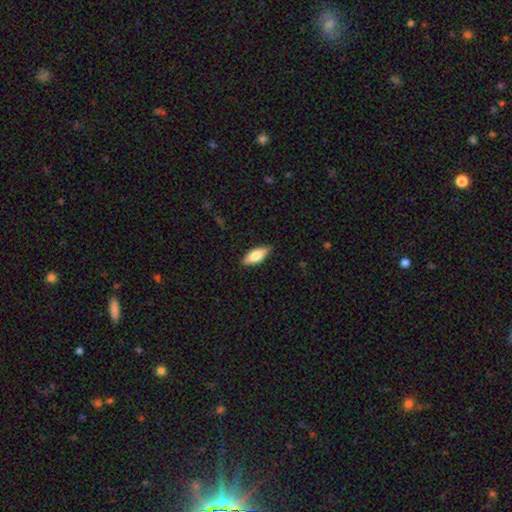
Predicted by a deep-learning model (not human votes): smooth 69%, featured or disk 25%, star or artifact 6%. Down the decision tree: how rounded — in between (74%); merging — none (84%).